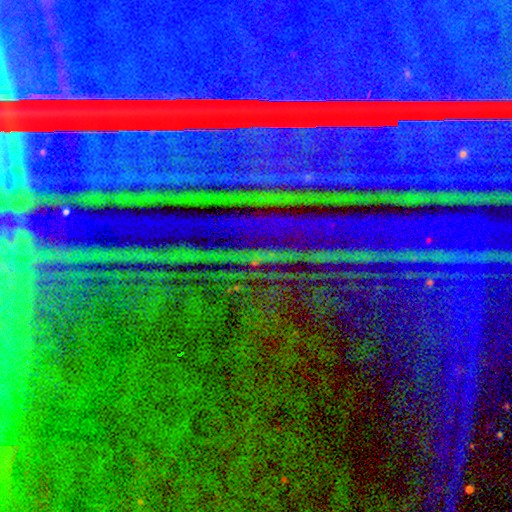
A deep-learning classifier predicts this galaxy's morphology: Smooth or featured? Predicted: star or artifact (p=0.83).